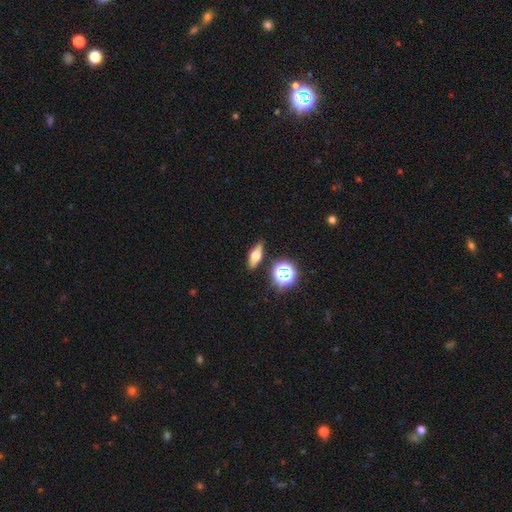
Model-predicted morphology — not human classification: The model was most divided on "smooth or featured": smooth: 51%, featured or disk: 34%, star or artifact: 15%. More confident: merging — none (84%); how rounded — in between (60%).